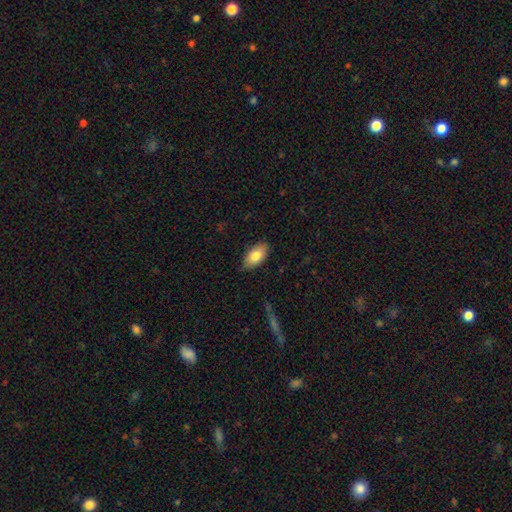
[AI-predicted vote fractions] A smooth galaxy with no disk features (81%) that is in between round and cigar-shaped (93%). Merging: none (83%).